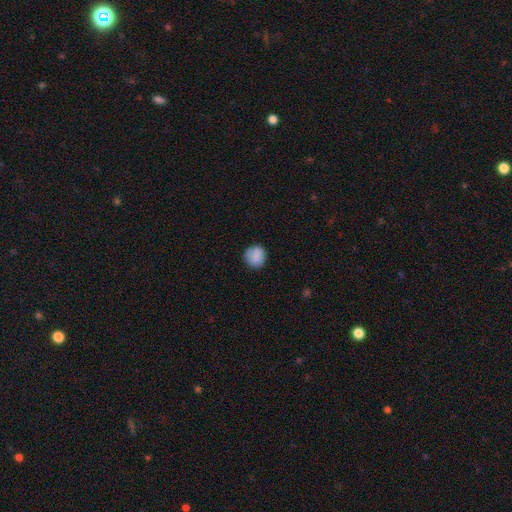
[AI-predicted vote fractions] A smooth galaxy with no disk features (83%) that is round (87%). Merging: none (82%).